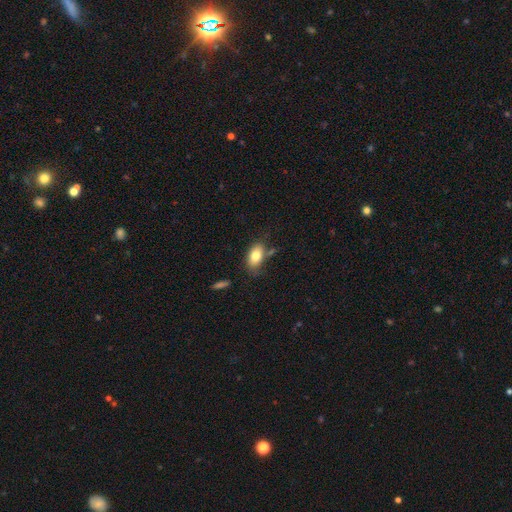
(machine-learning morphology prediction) Overall: smooth (80%). How rounded: in between (90%). Merging: none (65%).